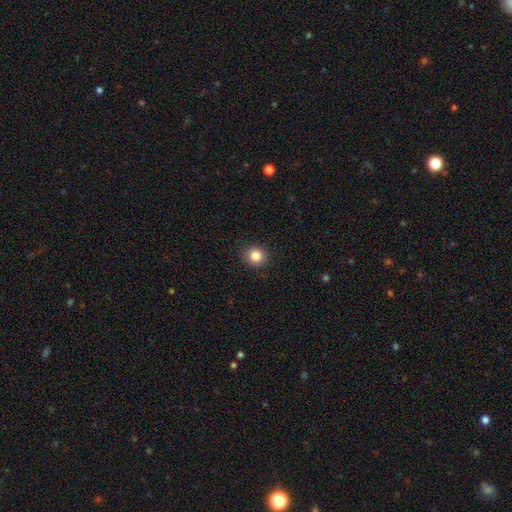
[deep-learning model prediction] Q: Smooth or featured?
A: smooth (85%); runner-up: star or artifact (10%)
Q: How rounded?
A: round (87%); runner-up: in between (12%)
Q: Merging?
A: none (89%); runner-up: minor disturbance (8%)